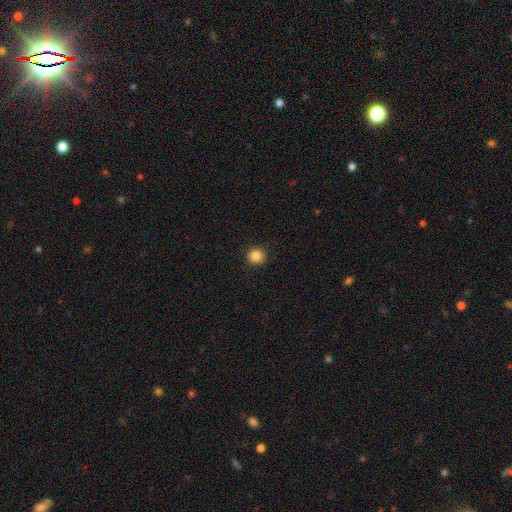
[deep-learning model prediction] Smooth or featured?
  - smooth: 85% *
  - star or artifact: 11%
  - featured or disk: 4%
How rounded?
  - round: 94% *
  - in between: 5%
  - cigar-shaped: 1%
Merging?
  - none: 92% *
  - minor disturbance: 5%
  - major disturbance: 2%
  - merger: 1%